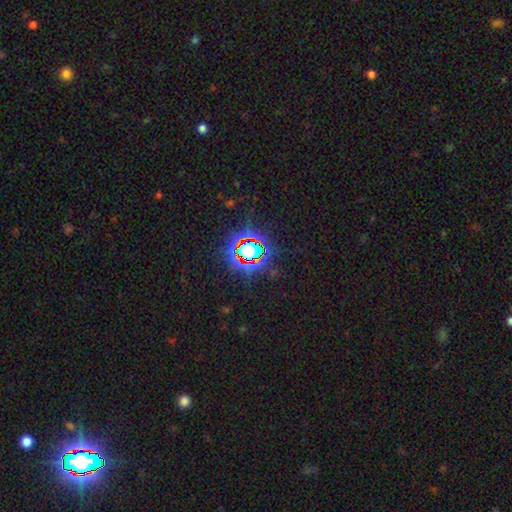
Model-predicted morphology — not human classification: This is clearly a star or artifact rather than a galaxy (81%).